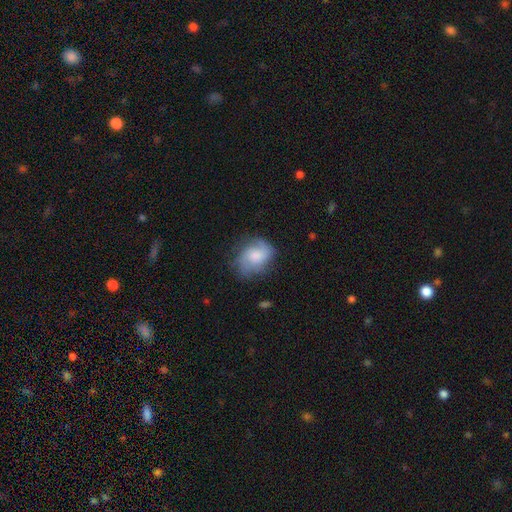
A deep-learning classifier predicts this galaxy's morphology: smooth_or_featured: featured or disk (p=0.51) [alt: smooth p=0.42]
disk_edge_on: no (p=0.97) [alt: yes p=0.03]
merging: none (p=0.62) [alt: minor disturbance p=0.24]